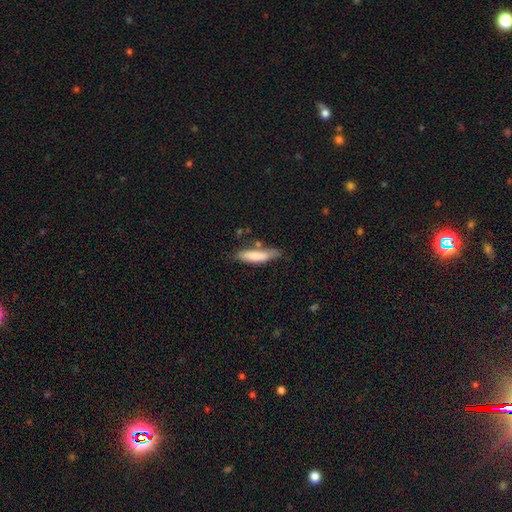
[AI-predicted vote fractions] Smooth or featured?
  - smooth: 75% *
  - featured or disk: 19%
  - star or artifact: 6%
How rounded?
  - cigar-shaped: 69% *
  - in between: 30%
  - round: 2%
Merging?
  - none: 63% *
  - minor disturbance: 23%
  - merger: 8%
  - major disturbance: 5%